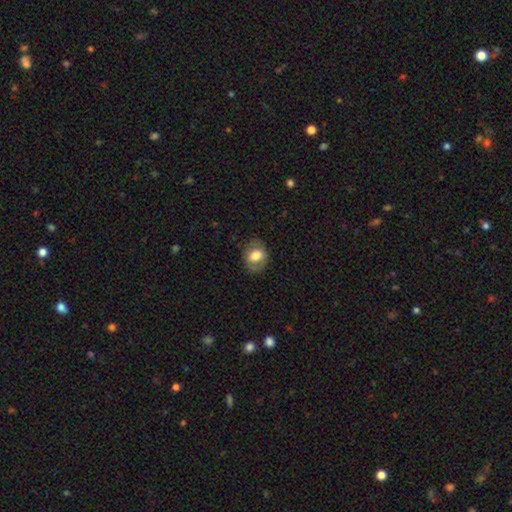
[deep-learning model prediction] smooth-or-featured: smooth: 70% | featured or disk: 22% | star or artifact: 8%
  how-rounded: in between: 60% | round: 38% | cigar-shaped: 1%
  merging: none: 77% | minor disturbance: 16% | major disturbance: 6% | merger: 1%